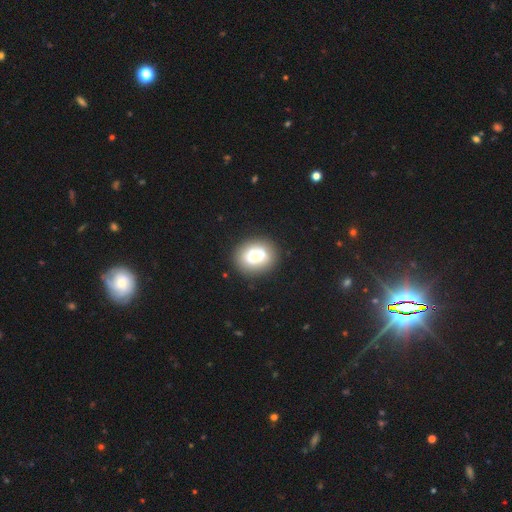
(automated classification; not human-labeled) Smooth or featured?
  - smooth: 56% *
  - featured or disk: 36%
  - star or artifact: 8%
How rounded?
  - round: 60% *
  - in between: 39%
  - cigar-shaped: 1%
Merging?
  - none: 79% *
  - minor disturbance: 13%
  - major disturbance: 5%
  - merger: 3%